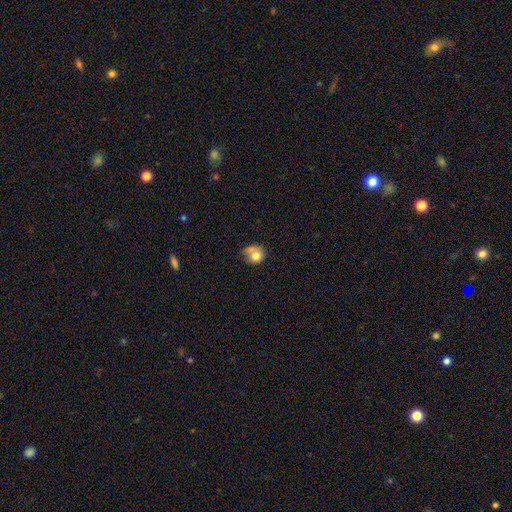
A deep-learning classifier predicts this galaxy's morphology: smooth_or_featured: smooth (p=0.73) [alt: featured or disk p=0.18]
how_rounded: round (p=0.69) [alt: in between p=0.30]
merging: none (p=0.36) [alt: minor disturbance p=0.24]